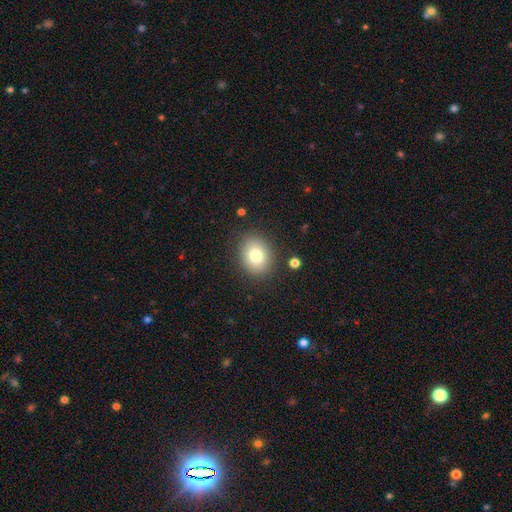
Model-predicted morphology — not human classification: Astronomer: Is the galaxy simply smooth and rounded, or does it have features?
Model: smooth — 80%.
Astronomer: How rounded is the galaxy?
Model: round — 55% (runner-up: in between, 45%).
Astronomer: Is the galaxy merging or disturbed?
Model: none — 86%.